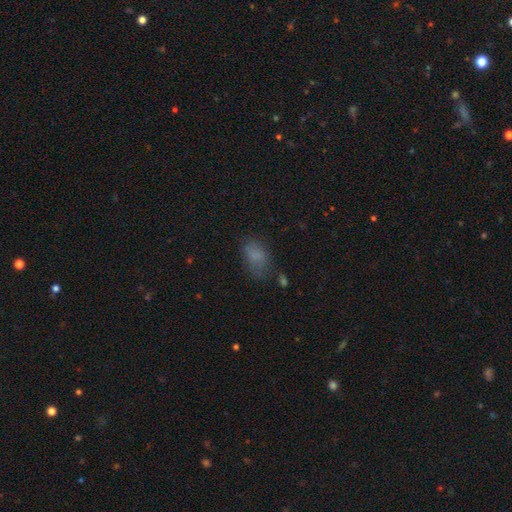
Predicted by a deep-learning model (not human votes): Smooth or featured: smooth — 76% (star or artifact — 13%)
How rounded: in between — 87% (round — 11%)
Merging: none — 57% (minor disturbance — 25%)